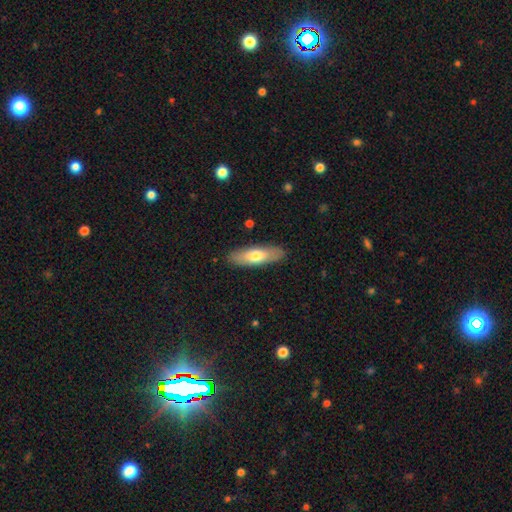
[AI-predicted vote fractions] The model was most divided on "how rounded": in between: 53%, cigar-shaped: 45%, round: 2%. More confident: merging — none (87%); smooth or featured — smooth (67%).